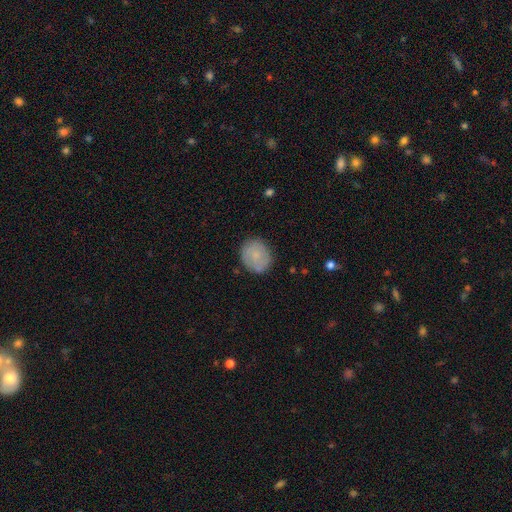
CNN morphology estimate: This appears to be a smooth galaxy with no disk features (71%) that is round (69%). Merging: none (81%).